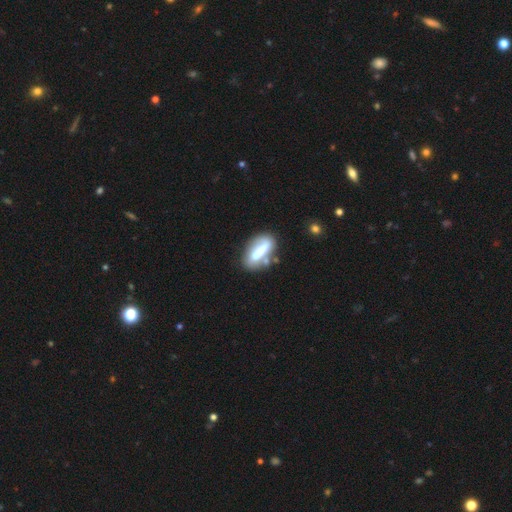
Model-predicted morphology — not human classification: Smooth or featured: smooth — 53% (featured or disk — 39%)
How rounded: in between — 57% (cigar-shaped — 39%)
Merging: none — 58% (minor disturbance — 18%)